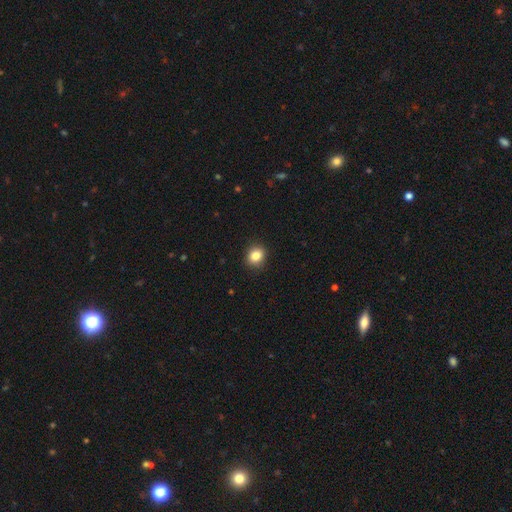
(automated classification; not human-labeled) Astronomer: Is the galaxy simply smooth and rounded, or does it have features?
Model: smooth — 84%.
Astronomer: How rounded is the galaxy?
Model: round — 69%.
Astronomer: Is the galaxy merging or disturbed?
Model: none — 90%.